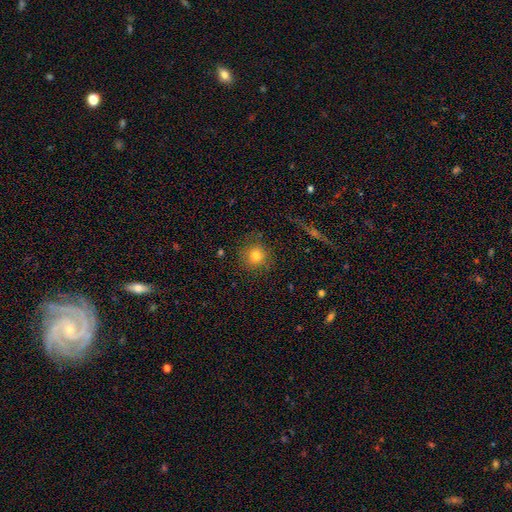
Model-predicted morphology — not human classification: smooth_or_featured: smooth (p=0.78) [alt: star or artifact p=0.14]
how_rounded: round (p=0.91) [alt: in between p=0.07]
merging: none (p=0.86) [alt: minor disturbance p=0.10]